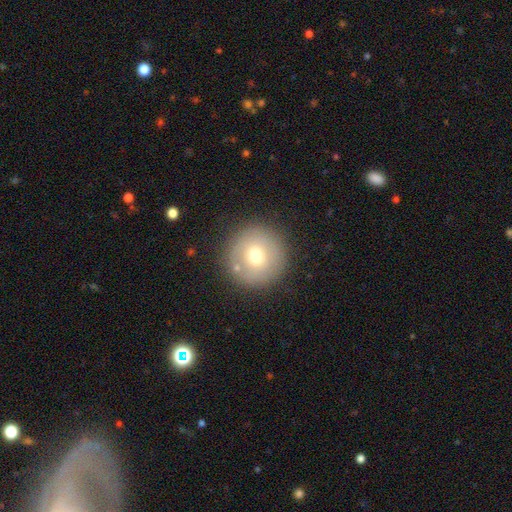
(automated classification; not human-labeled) Morphology: type=smooth (69%); roundness=round (96%); merging=none (84%).